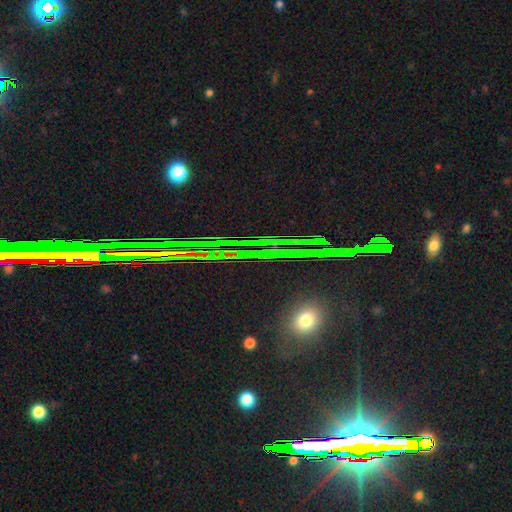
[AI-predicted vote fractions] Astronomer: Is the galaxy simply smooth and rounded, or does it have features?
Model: star or artifact — 70%.